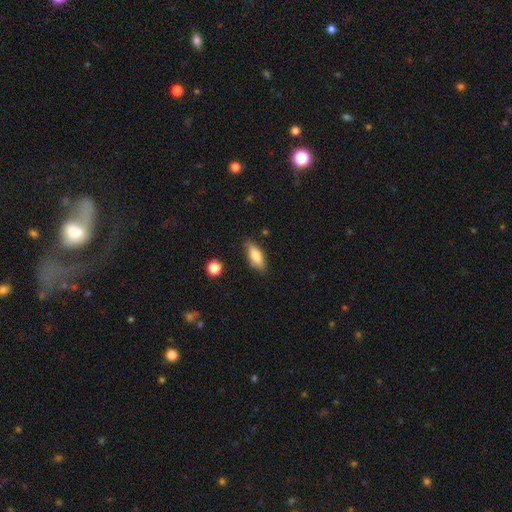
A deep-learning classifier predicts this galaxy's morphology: Smooth or featured? smooth (71%)
How rounded? in between (67%)
Merging? none (80%)